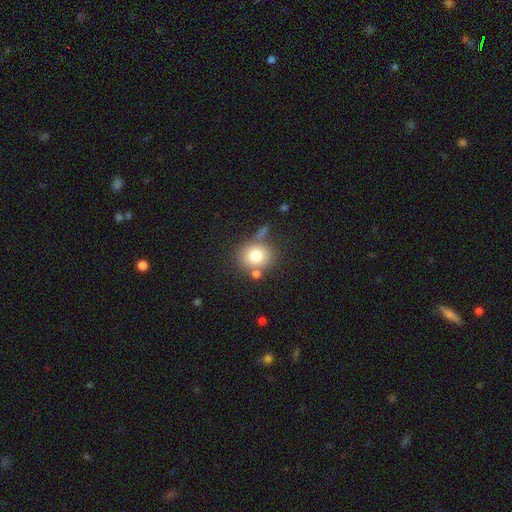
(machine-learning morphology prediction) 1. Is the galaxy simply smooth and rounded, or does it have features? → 77% smooth, 13% featured or disk, 11% star or artifact.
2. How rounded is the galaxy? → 79% round, 20% in between, 1% cigar-shaped.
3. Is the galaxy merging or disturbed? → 67% none, 15% merger, 13% minor disturbance, 5% major disturbance.